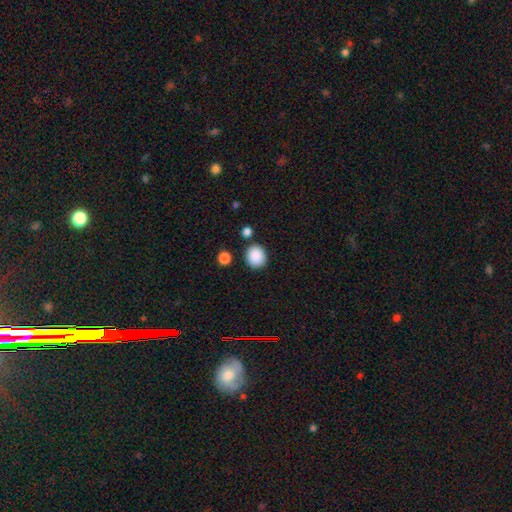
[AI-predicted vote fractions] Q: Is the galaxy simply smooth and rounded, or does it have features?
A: smooth — 88%.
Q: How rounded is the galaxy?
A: round — 69%.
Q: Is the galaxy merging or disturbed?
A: none — 82%.